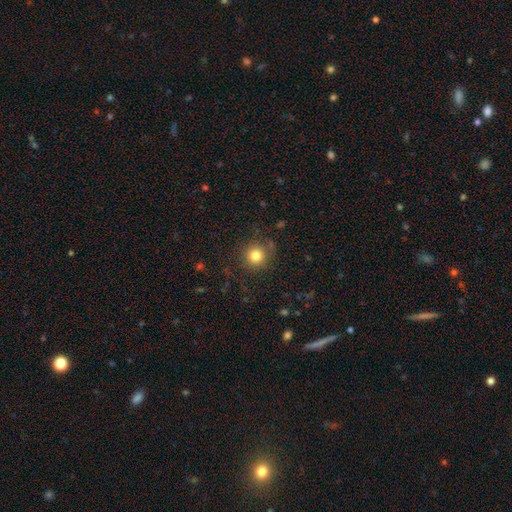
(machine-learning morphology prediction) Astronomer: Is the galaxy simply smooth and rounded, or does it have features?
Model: smooth — 81%.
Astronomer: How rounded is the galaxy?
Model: round — 94%.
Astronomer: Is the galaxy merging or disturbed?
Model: none — 85%.